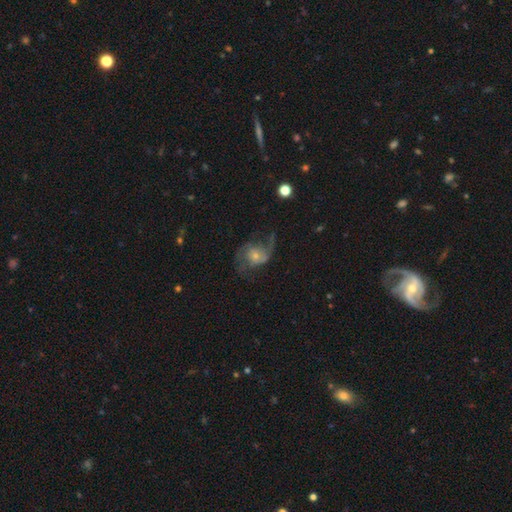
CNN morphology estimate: The model was most divided on "spiral winding": loose: 57%, medium: 35%, tight: 8%. More confident: edge-on disk — no (97%); spiral arms — yes (92%); spiral arm count — 2 (85%); smooth or featured — featured or disk (78%); bar — no (67%); bulge size — small (64%); merging — none (54%).